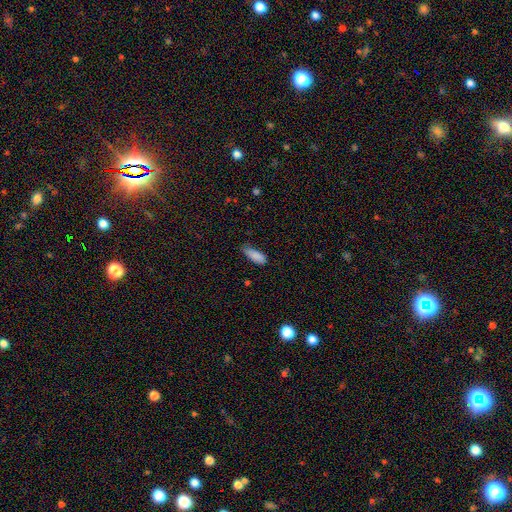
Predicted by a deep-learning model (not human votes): smooth_or_featured: smooth (p=0.87) [alt: star or artifact p=0.08]
how_rounded: in between (p=0.68) [alt: cigar-shaped p=0.31]
merging: none (p=0.55) [alt: minor disturbance p=0.37]